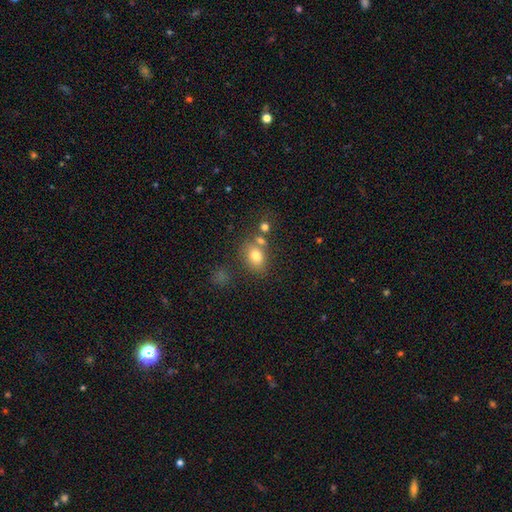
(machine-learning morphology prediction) Smooth or featured? smooth (76%)
How rounded? in between (60%)
Merging? none (61%)